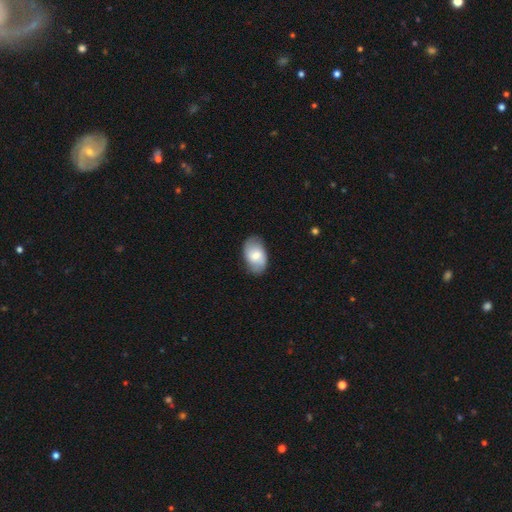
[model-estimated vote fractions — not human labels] Smooth or featured? smooth (62%)
How rounded? in between (91%)
Merging? none (78%)